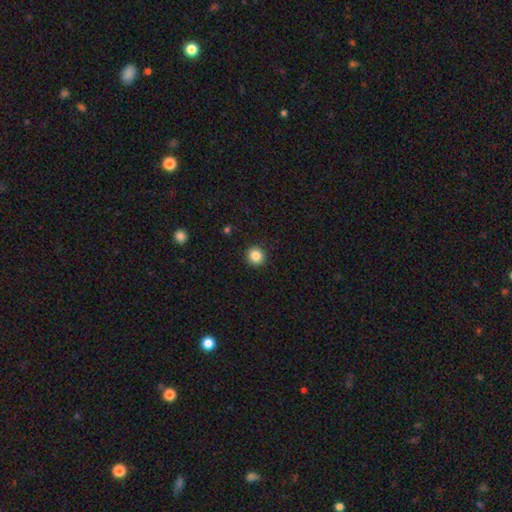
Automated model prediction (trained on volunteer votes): Overall: smooth (86%). How rounded: round (92%). Merging: none (92%).